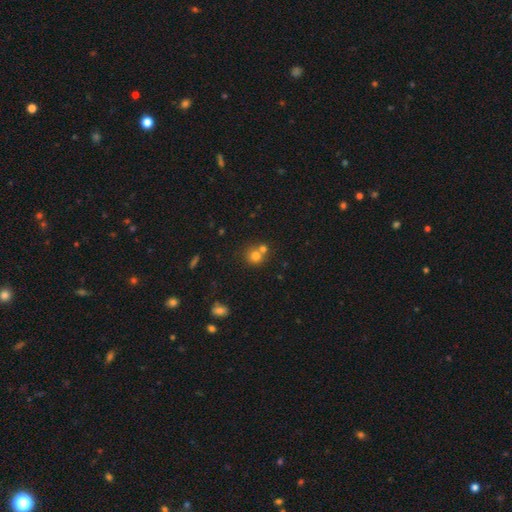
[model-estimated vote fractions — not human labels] Q: Smooth or featured?
A: smooth (74%); runner-up: star or artifact (14%)
Q: How rounded?
A: round (86%); runner-up: in between (13%)
Q: Merging?
A: none (47%); runner-up: merger (44%)